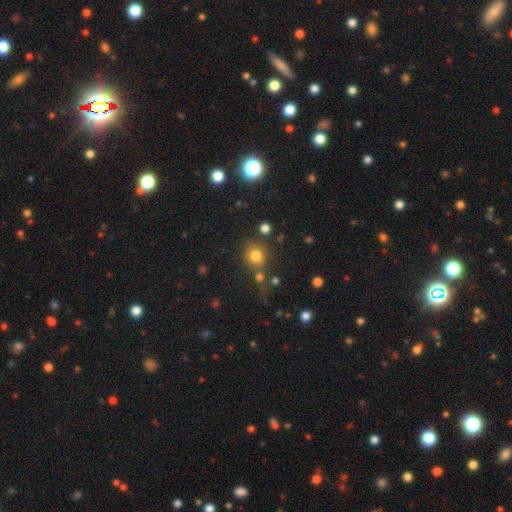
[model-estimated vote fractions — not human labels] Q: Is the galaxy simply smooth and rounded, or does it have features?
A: smooth — 78%.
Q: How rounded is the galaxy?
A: round — 86%.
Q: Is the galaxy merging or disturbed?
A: none — 70%.